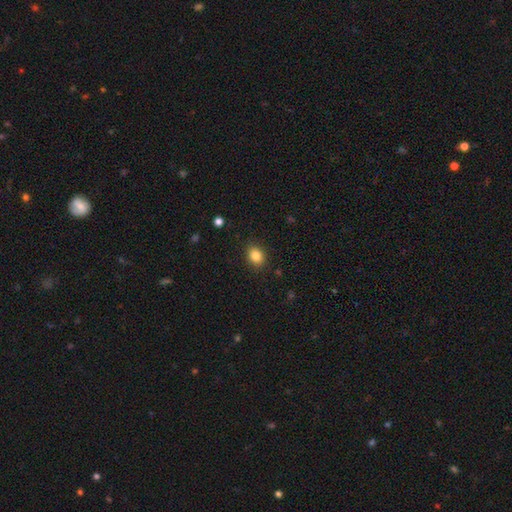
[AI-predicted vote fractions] A smooth galaxy with no disk features (85%) that is in between round and cigar-shaped (52%).

Vote fractions:
- Smooth or featured? smooth: 85% / star or artifact: 10% / featured or disk: 5%
- How rounded? in between: 52% / round: 47% / cigar-shaped: 1%
- Merging? none: 88% / minor disturbance: 9% / major disturbance: 2% / merger: 1%